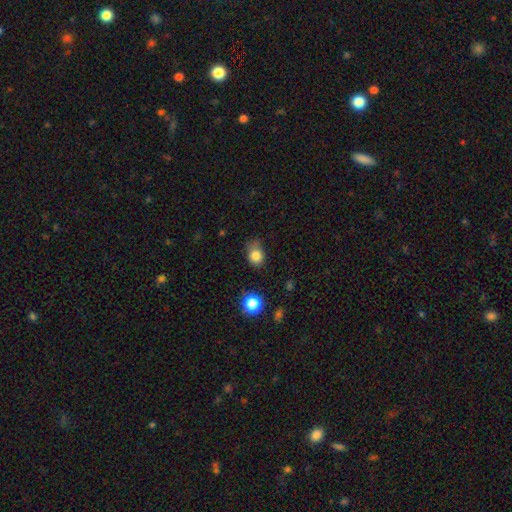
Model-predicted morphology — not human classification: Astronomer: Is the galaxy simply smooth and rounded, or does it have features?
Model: smooth — 82%.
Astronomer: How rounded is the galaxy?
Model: round — 61% (runner-up: in between, 38%).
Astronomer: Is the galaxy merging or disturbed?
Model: none — 59%.